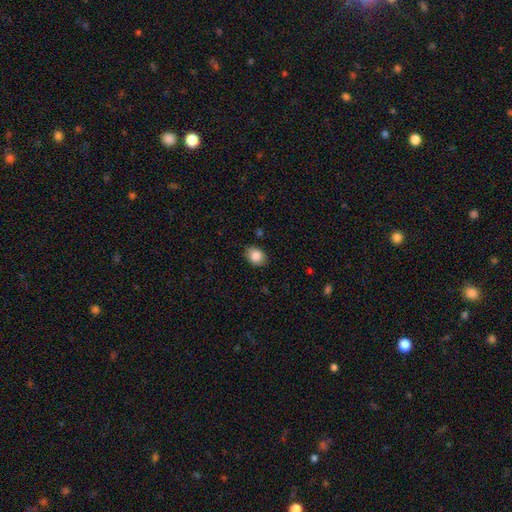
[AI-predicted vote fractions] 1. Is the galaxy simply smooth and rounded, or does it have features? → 86% smooth, 8% star or artifact, 6% featured or disk.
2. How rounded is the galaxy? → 59% in between, 41% round, 1% cigar-shaped.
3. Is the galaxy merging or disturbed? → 84% none, 12% minor disturbance, 2% major disturbance, 1% merger.